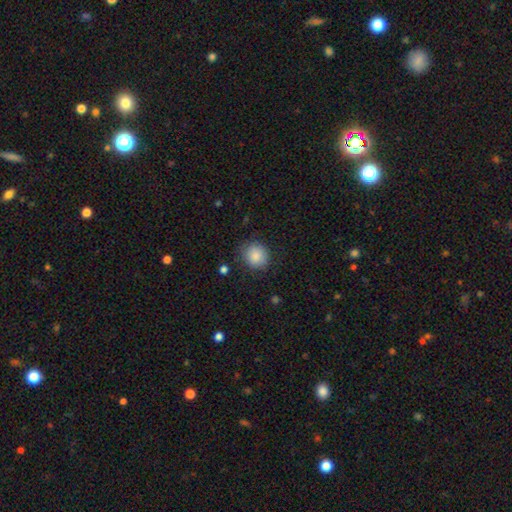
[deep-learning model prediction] The model was most divided on "how rounded": round: 82%, in between: 17%, cigar-shaped: 1%. More confident: smooth or featured — smooth (87%); merging — none (80%).